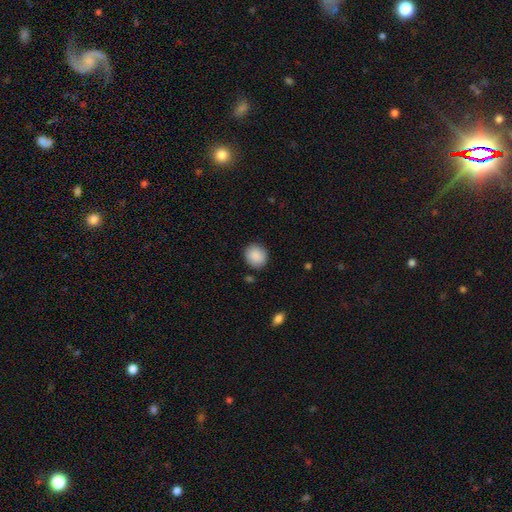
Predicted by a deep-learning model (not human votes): Morphology: type=smooth (89%); roundness=round (79%); merging=none (87%).